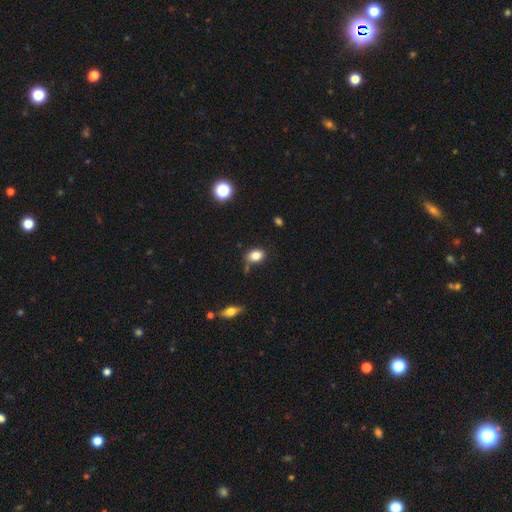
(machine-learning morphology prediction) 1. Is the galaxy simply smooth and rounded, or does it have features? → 83% smooth, 10% star or artifact, 7% featured or disk.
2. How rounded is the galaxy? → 77% in between, 22% round, 2% cigar-shaped.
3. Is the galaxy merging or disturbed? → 71% none, 19% minor disturbance, 6% merger, 4% major disturbance.